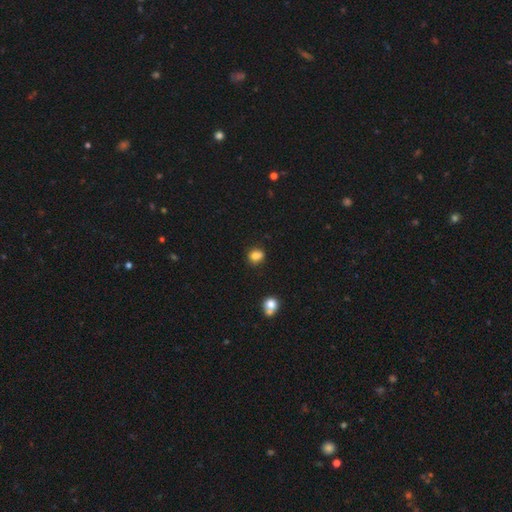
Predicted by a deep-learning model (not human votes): This is clearly a smooth galaxy (81%). How rounded: likely round (64%). Merging: likely none (64%).